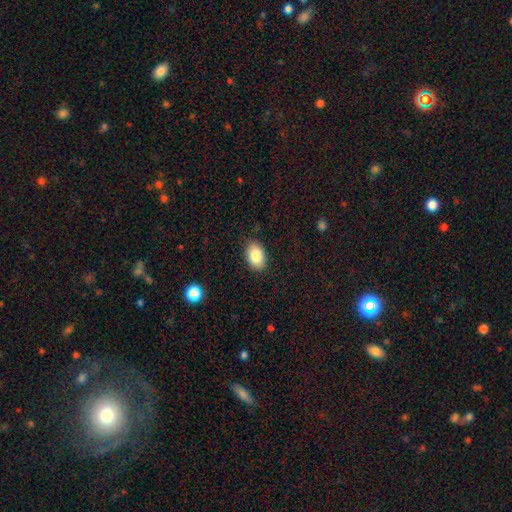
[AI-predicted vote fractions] Overall: smooth (85%). How rounded: in between (88%). Merging: none (87%).